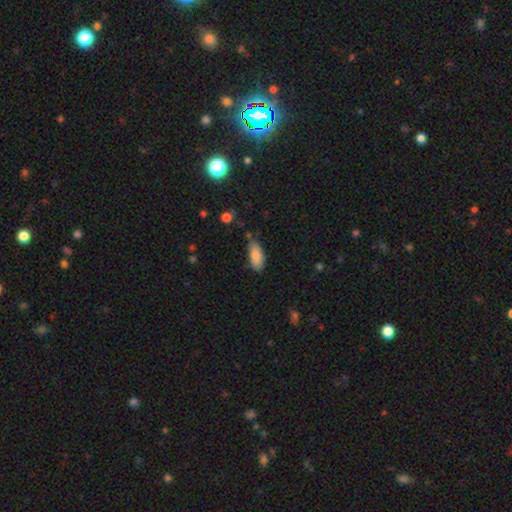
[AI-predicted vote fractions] Smooth or featured? Predicted: smooth (p=0.84). How rounded? Predicted: in between (p=0.83). Merging? Predicted: none (p=0.67).